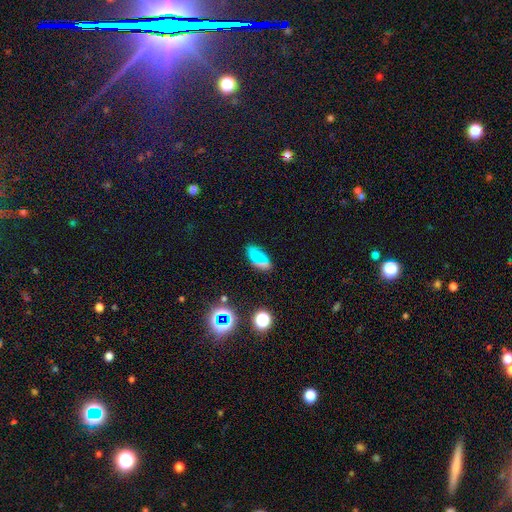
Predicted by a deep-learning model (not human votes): smooth 61%, star or artifact 23%, featured or disk 16%. Down the decision tree: how rounded — in between (83%); merging — none (67%).